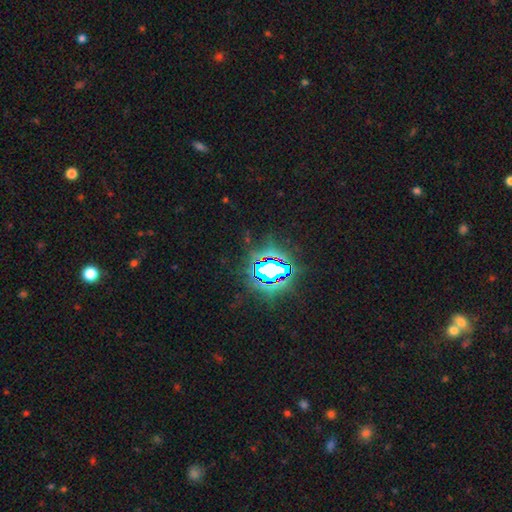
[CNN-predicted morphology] star or artifact 82%, smooth 10%, featured or disk 9%.